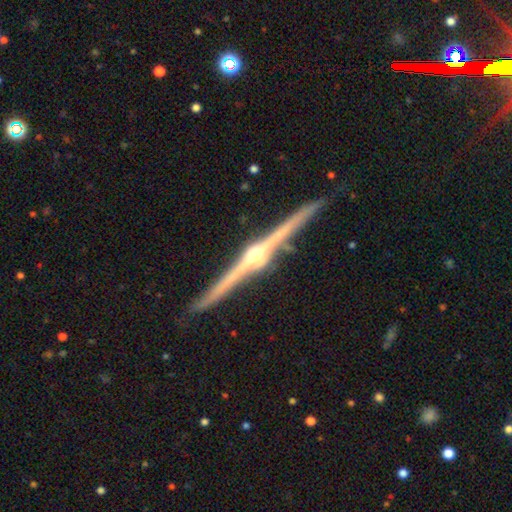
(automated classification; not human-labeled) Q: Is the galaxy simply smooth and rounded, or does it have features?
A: featured or disk — 90%.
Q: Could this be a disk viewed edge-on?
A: yes — 99%.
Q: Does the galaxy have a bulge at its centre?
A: rounded — 95%.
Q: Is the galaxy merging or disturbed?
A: none — 89%.